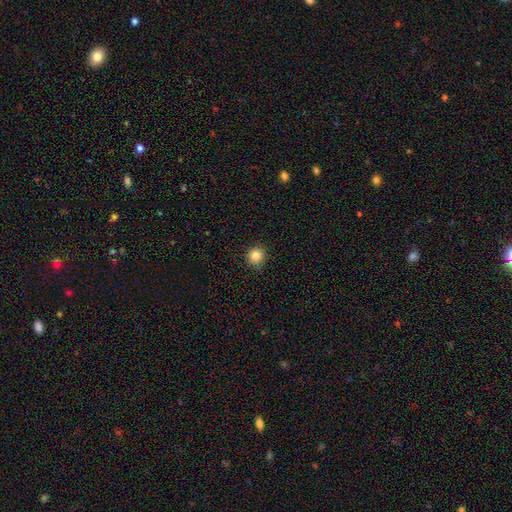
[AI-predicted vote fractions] A smooth galaxy with no disk features (83%) that is round (93%).

Vote fractions:
- Smooth or featured? smooth: 83% / star or artifact: 12% / featured or disk: 5%
- How rounded? round: 93% / in between: 6% / cigar-shaped: 1%
- Merging? none: 89% / minor disturbance: 8% / major disturbance: 2% / merger: 1%